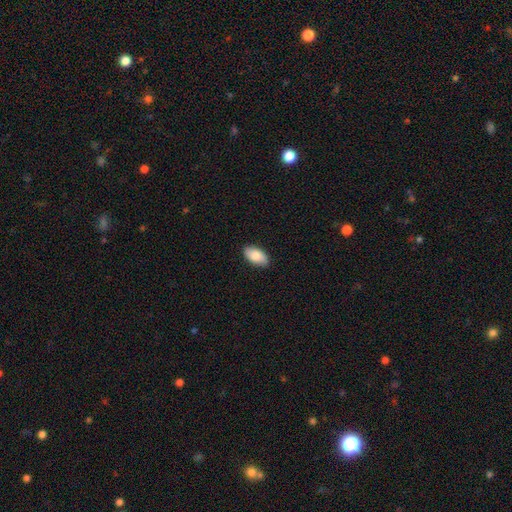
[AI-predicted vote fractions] Smooth or featured? Predicted: smooth (p=0.81). How rounded? Predicted: in between (p=0.94). Merging? Predicted: none (p=0.88).